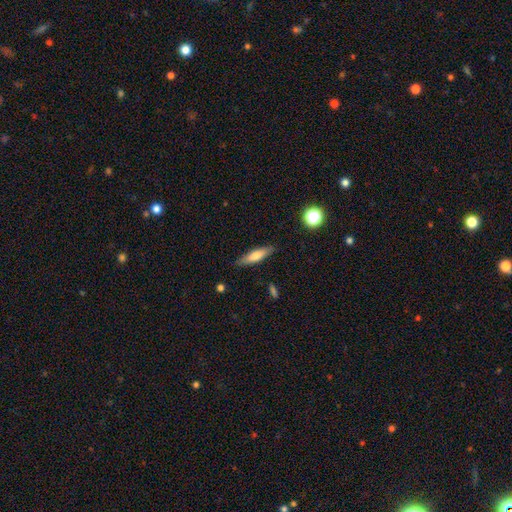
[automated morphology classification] Smooth or featured?
  - smooth: 67% *
  - featured or disk: 26%
  - star or artifact: 7%
How rounded?
  - cigar-shaped: 67% *
  - in between: 31%
  - round: 2%
Merging?
  - none: 85% *
  - minor disturbance: 11%
  - major disturbance: 2%
  - merger: 1%